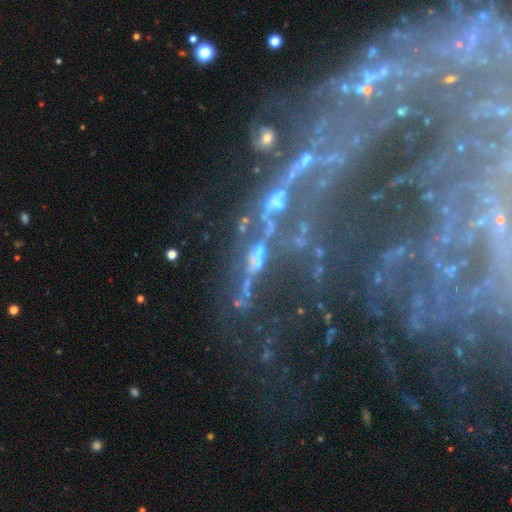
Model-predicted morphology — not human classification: smooth-or-featured: featured or disk: 53% | star or artifact: 36% | smooth: 11%
  disk-edge-on: no: 86% | yes: 14%
  merging: none: 44% | major disturbance: 26% | minor disturbance: 17% | merger: 13%